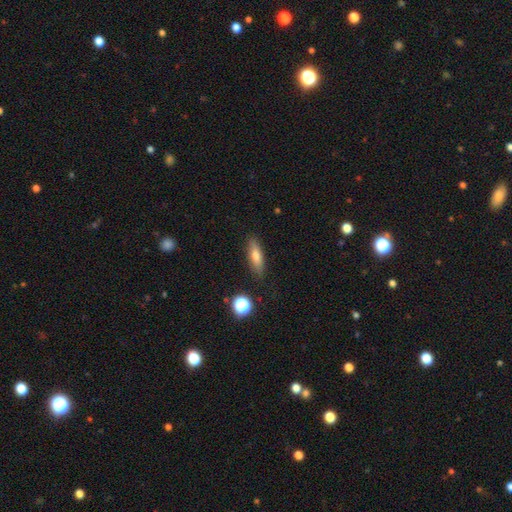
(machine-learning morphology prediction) A smooth galaxy with no disk features (67%) that is cigar-shaped (53%).

Vote fractions:
- Smooth or featured? smooth: 67% / featured or disk: 24% / star or artifact: 9%
- How rounded? cigar-shaped: 53% / in between: 43% / round: 4%
- Merging? none: 86% / minor disturbance: 10% / major disturbance: 2% / merger: 2%